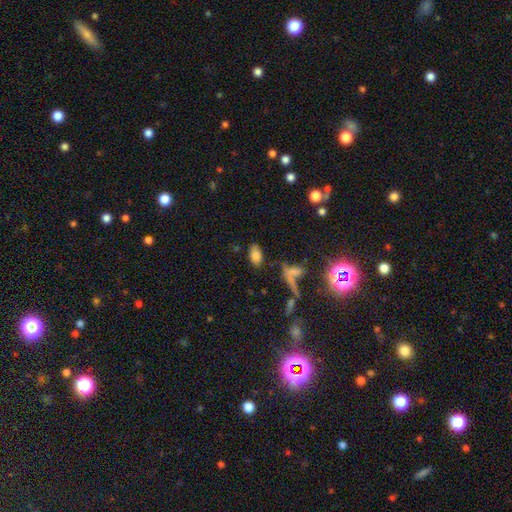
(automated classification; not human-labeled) The model was most divided on "merging": none: 75%, minor disturbance: 14%, merger: 6%, major disturbance: 5%. More confident: how rounded — in between (92%); smooth or featured — smooth (79%).